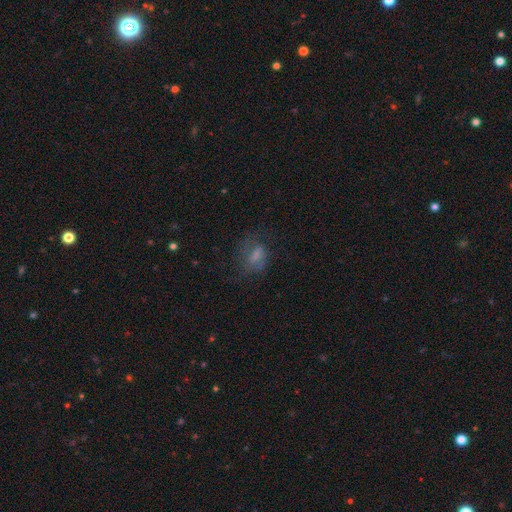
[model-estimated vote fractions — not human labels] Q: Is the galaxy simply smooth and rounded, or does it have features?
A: smooth — 53%.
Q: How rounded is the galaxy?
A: in between — 71%.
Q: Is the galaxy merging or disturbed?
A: none — 53%.